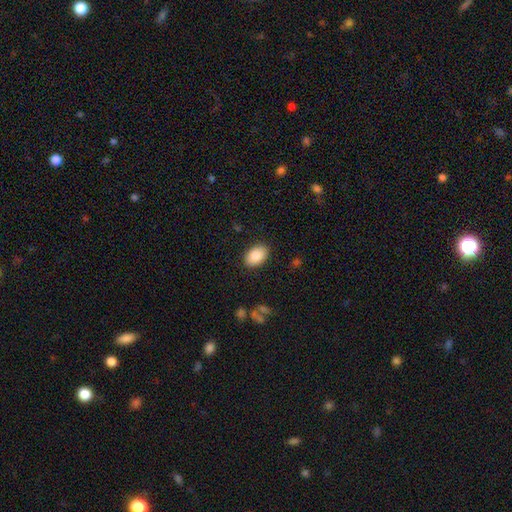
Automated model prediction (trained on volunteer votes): smooth_or_featured: smooth (p=0.86) [alt: featured or disk p=0.07]
how_rounded: in between (p=0.87) [alt: round p=0.12]
merging: none (p=0.87) [alt: minor disturbance p=0.09]